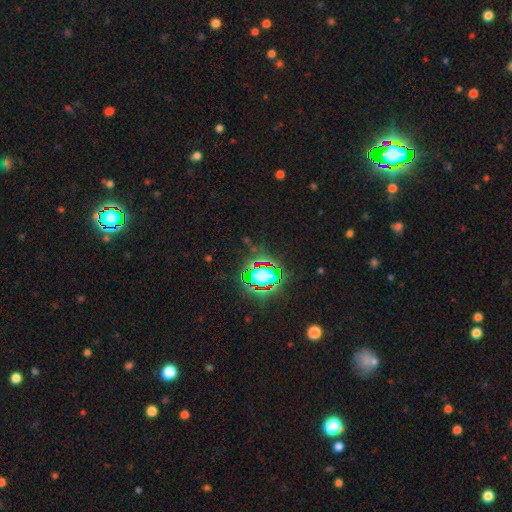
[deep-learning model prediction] Q: Smooth or featured?
A: star or artifact (81%); runner-up: smooth (11%)